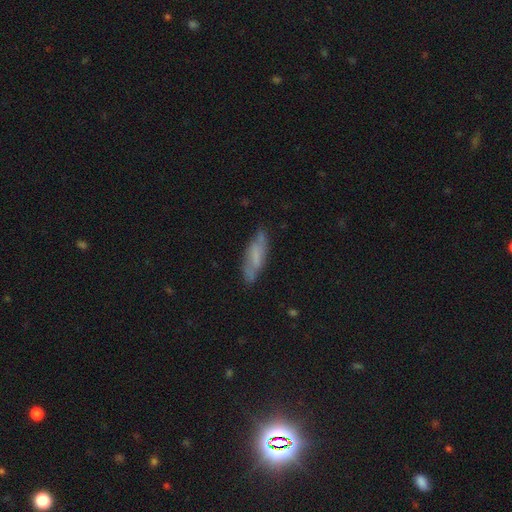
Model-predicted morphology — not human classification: smooth 52%, featured or disk 39%, star or artifact 9%. Down the decision tree: how rounded — cigar-shaped (55%); merging — none (72%).